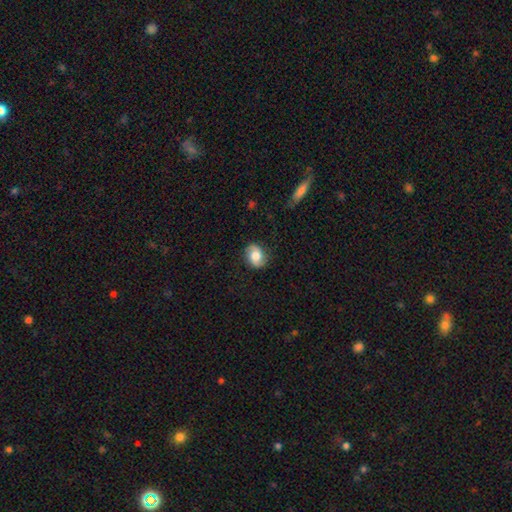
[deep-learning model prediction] Q: Smooth or featured?
A: smooth (56%); runner-up: featured or disk (35%)
Q: How rounded?
A: in between (52%); runner-up: round (47%)
Q: Merging?
A: none (81%); runner-up: minor disturbance (14%)